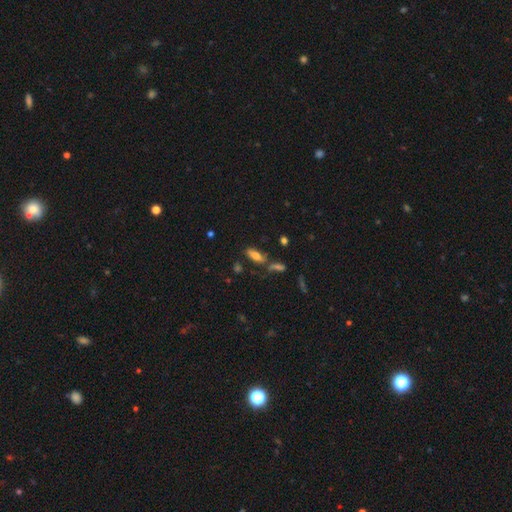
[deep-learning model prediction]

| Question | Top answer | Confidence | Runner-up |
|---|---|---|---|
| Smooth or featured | smooth | 69% | featured or disk (20%) |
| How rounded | in between | 68% | cigar-shaped (29%) |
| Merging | none | 64% | merger (15%) |